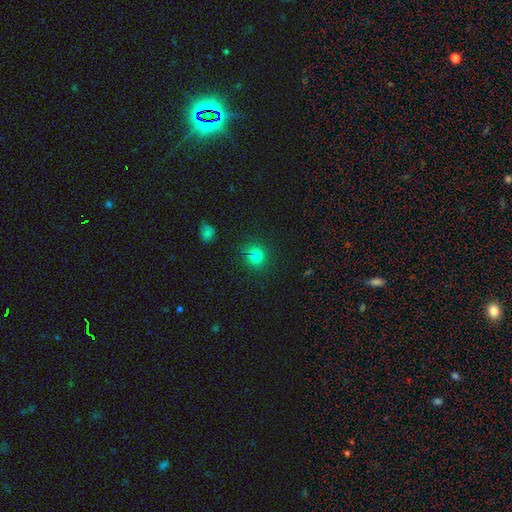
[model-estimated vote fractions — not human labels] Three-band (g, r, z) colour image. It shows a smooth galaxy with no disk features (76%) that is round (84%). Merging: none (74%).